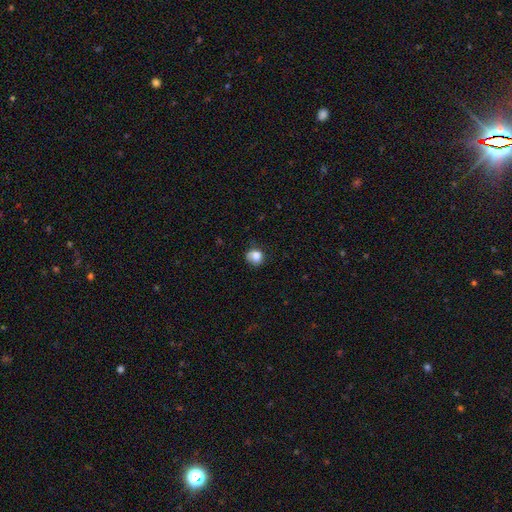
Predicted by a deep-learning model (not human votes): smooth 81%, featured or disk 10%, star or artifact 9%. Down the decision tree: how rounded — round (76%); merging — none (54%).